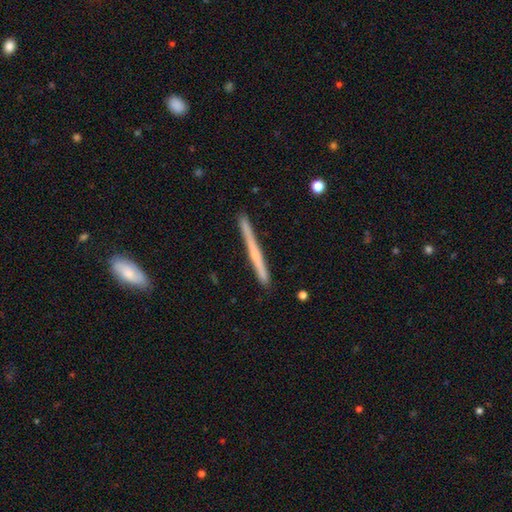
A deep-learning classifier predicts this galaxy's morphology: The model was most divided on "smooth or featured": featured or disk: 56%, smooth: 38%, star or artifact: 6%. More confident: edge-on disk — yes (98%); merging — none (89%); edge-on bulge — none (69%).